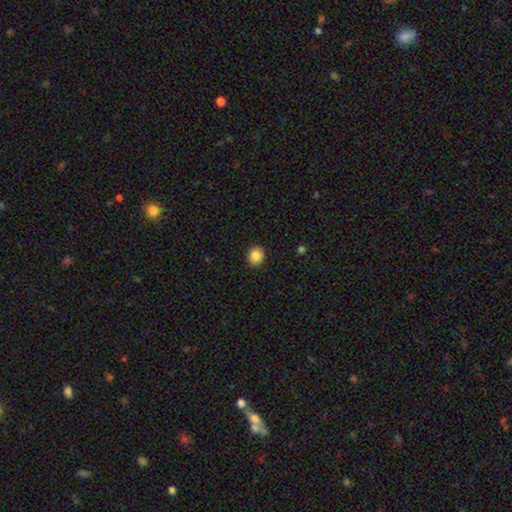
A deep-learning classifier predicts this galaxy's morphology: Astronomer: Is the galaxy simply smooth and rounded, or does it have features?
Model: smooth — 87%.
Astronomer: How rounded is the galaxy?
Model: round — 86%.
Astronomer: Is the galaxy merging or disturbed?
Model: none — 92%.